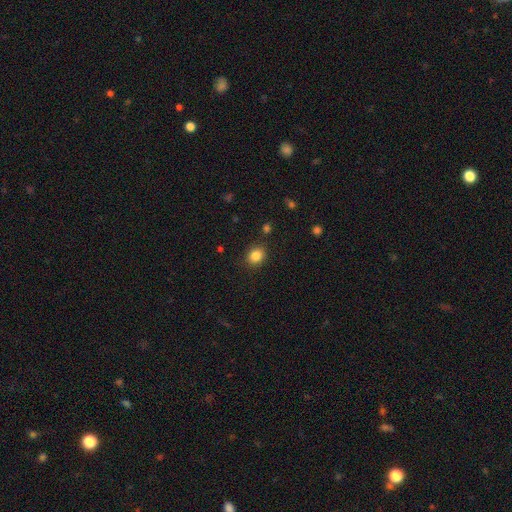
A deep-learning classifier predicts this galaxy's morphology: Smooth or featured: smooth — 84% (star or artifact — 11%)
How rounded: round — 64% (in between — 35%)
Merging: none — 88% (minor disturbance — 8%)